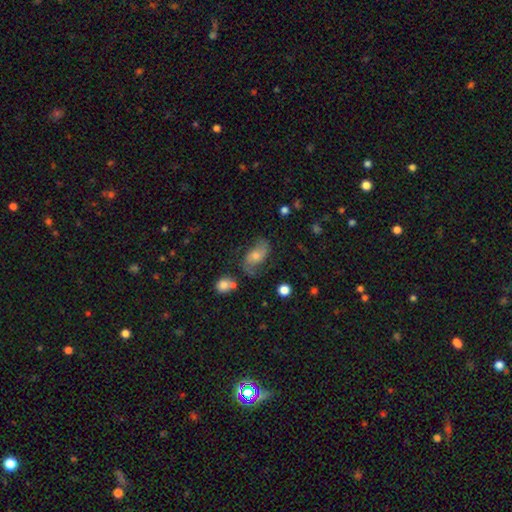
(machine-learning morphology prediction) Smooth or featured: featured or disk — 66% (smooth — 23%)
Edge-on disk: no — 95% (yes — 5%)
Bar: no — 64% (weak — 29%)
Spiral arms: yes — 90% (no — 10%)
Spiral winding: loose — 54% (medium — 34%)
Spiral arm count: 2 — 86% (can't tell — 7%)
Bulge size: moderate — 52% (small — 36%)
Merging: none — 62% (minor disturbance — 20%)